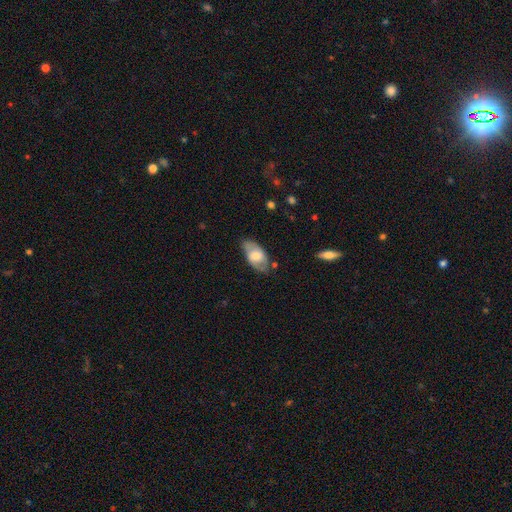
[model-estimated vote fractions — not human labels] Morphology: type=smooth (51%); roundness=in between (91%); merging=none (69%).